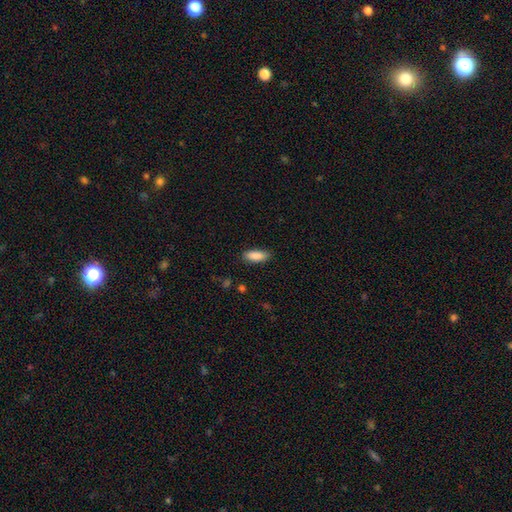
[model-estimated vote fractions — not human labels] Smooth or featured?
  - smooth: 89% *
  - star or artifact: 6%
  - featured or disk: 5%
How rounded?
  - in between: 78% *
  - cigar-shaped: 20%
  - round: 2%
Merging?
  - none: 85% *
  - minor disturbance: 11%
  - major disturbance: 2%
  - merger: 1%